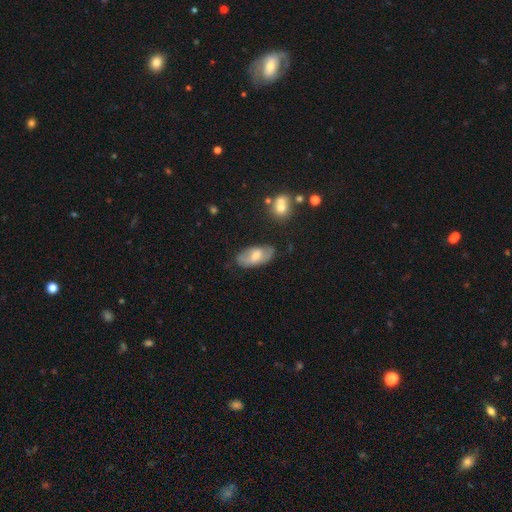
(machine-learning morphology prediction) type=smooth (50%); merging=none (69%).